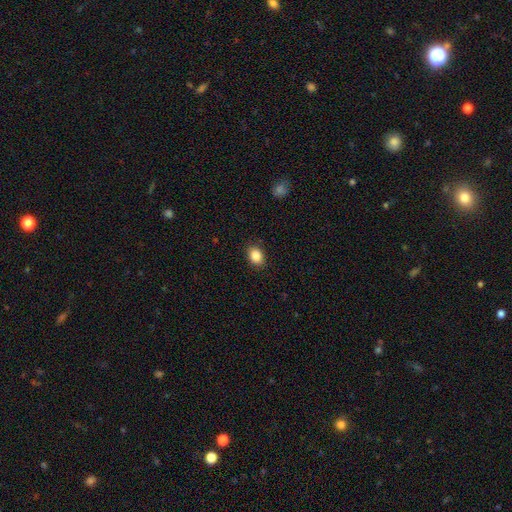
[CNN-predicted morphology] type=smooth (87%); roundness=in between (65%); merging=none (88%).